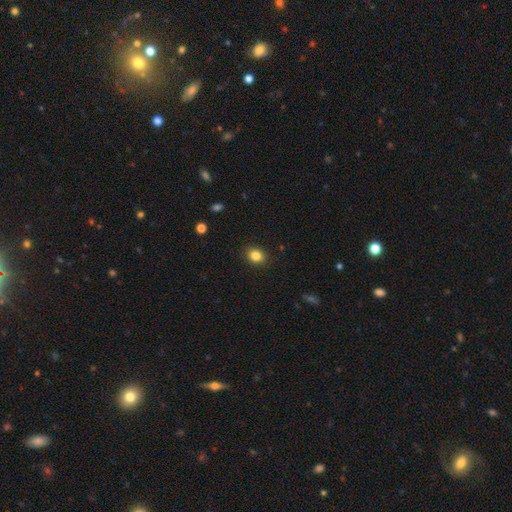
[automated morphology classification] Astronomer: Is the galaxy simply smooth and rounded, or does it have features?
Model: smooth — 84%.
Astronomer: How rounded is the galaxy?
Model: round — 53% (runner-up: in between, 46%).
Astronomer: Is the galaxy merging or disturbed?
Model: none — 89%.